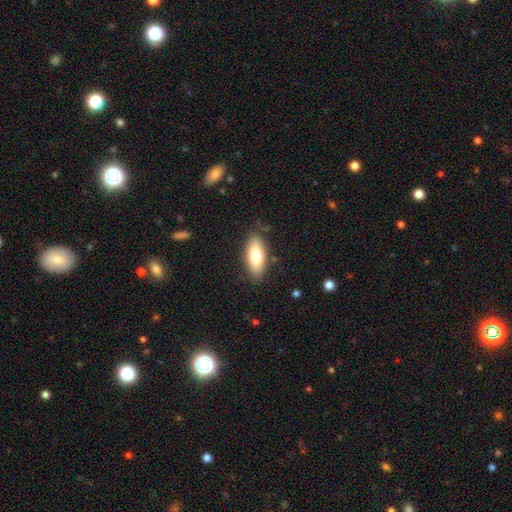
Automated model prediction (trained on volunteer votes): The model was most divided on "smooth or featured": smooth: 75%, featured or disk: 18%, star or artifact: 6%. More confident: how rounded — in between (84%); merging — none (83%).